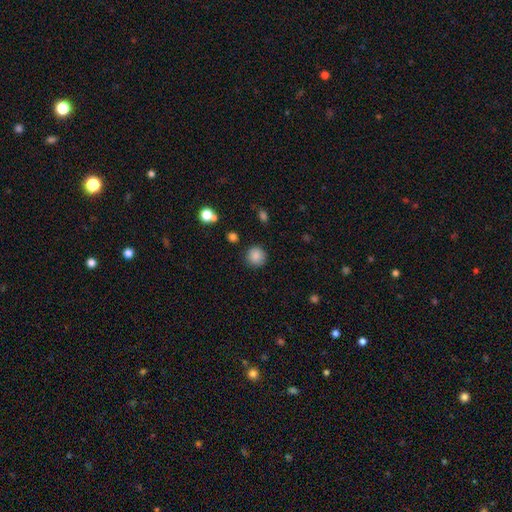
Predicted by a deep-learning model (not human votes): This is clearly a smooth galaxy (86%). How rounded: clearly round (93%). Merging: clearly none (88%).